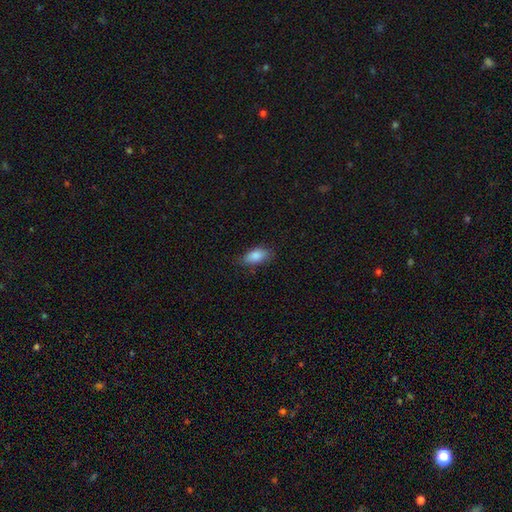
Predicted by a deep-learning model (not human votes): smooth 85%, featured or disk 7%, star or artifact 7%. Down the decision tree: how rounded — in between (88%); merging — none (75%).